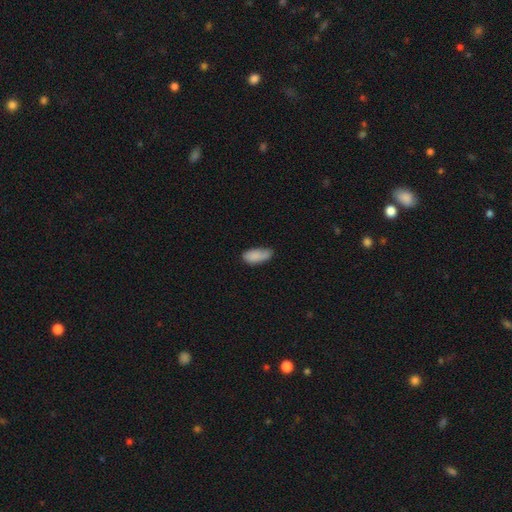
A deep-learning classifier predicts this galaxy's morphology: smooth_or_featured: smooth (p=0.85) [alt: featured or disk p=0.08]
how_rounded: in between (p=0.90) [alt: cigar-shaped p=0.08]
merging: none (p=0.56) [alt: minor disturbance p=0.33]